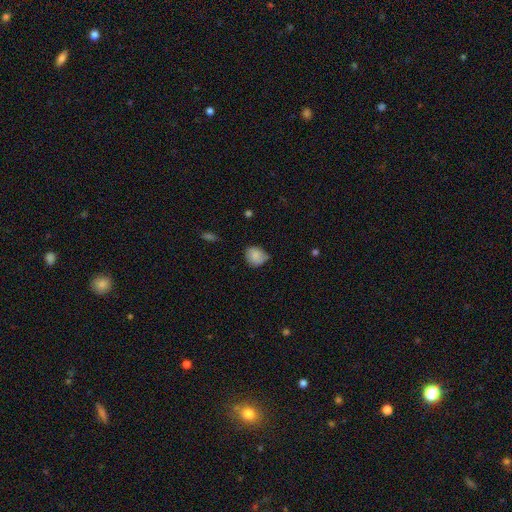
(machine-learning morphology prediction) type=smooth (83%); roundness=round (67%); merging=none (52%).